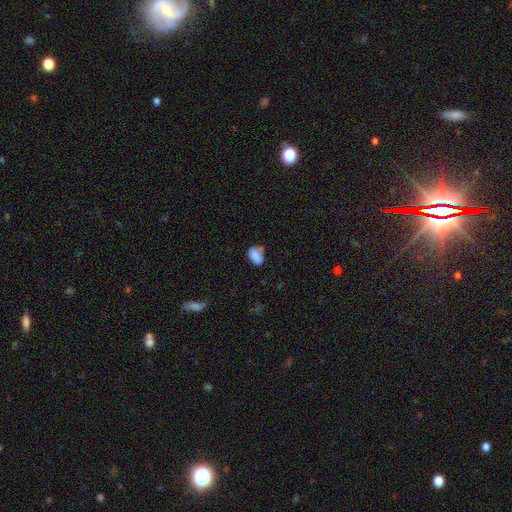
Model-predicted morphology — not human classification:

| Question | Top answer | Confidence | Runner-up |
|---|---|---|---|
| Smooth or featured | smooth | 83% | star or artifact (9%) |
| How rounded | in between | 79% | round (20%) |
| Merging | none | 56% | minor disturbance (29%) |